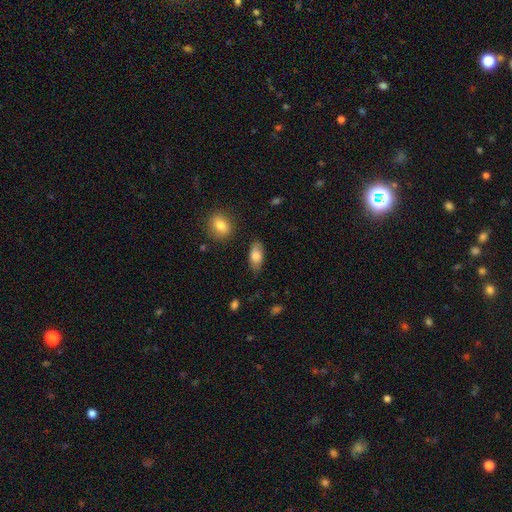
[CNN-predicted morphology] smooth 79%, featured or disk 14%, star or artifact 7%. Down the decision tree: how rounded — in between (89%); merging — none (81%).